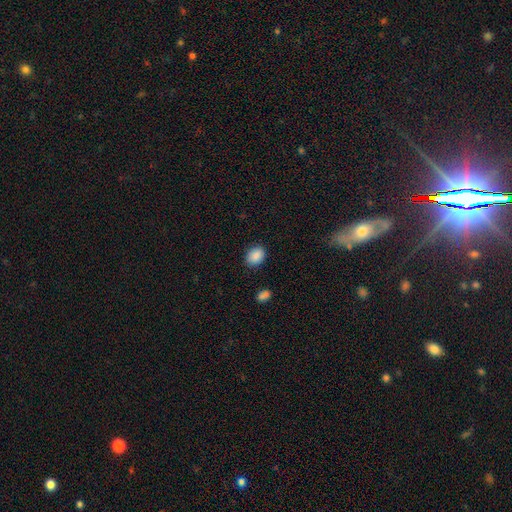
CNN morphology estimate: type=smooth (88%); roundness=in between (58%); merging=none (85%).